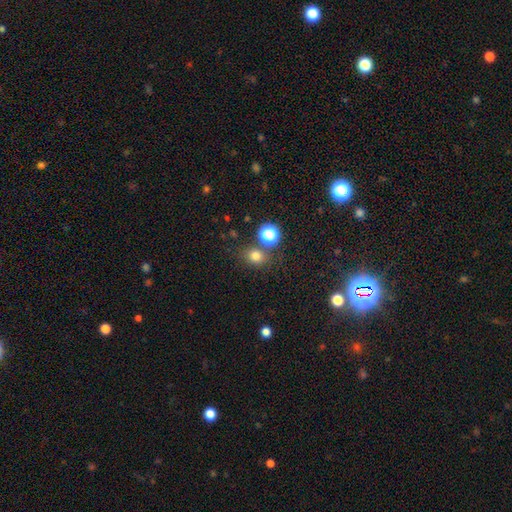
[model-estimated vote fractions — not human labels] This is likely a smooth galaxy (76%). How rounded: likely round (70%). Merging: likely none (73%).